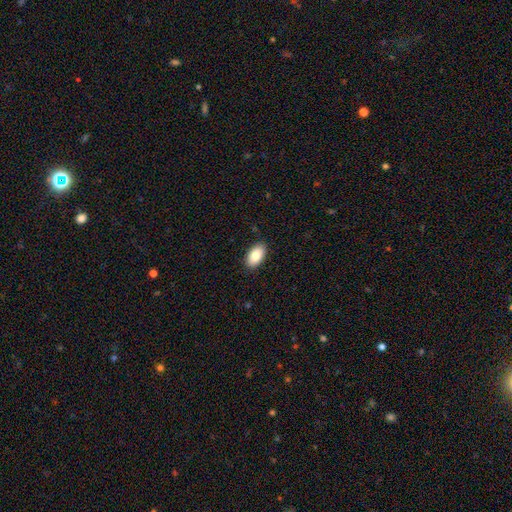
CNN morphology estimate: smooth_or_featured: smooth (p=0.85) [alt: featured or disk p=0.09]
how_rounded: in between (p=0.95) [alt: round p=0.03]
merging: none (p=0.89) [alt: minor disturbance p=0.08]